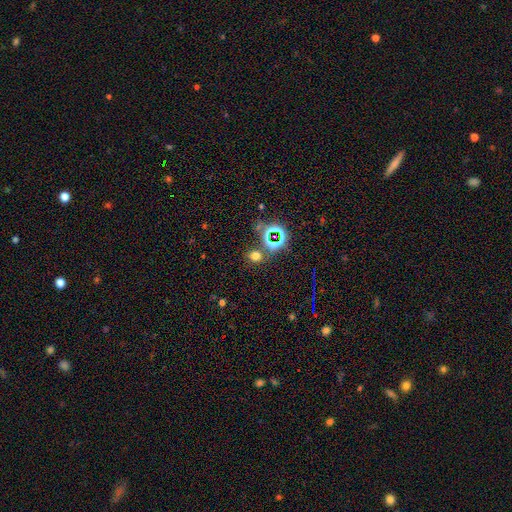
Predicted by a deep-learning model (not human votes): This is possibly a smooth galaxy (60%). How rounded: likely round (69%). Merging: likely none (75%).